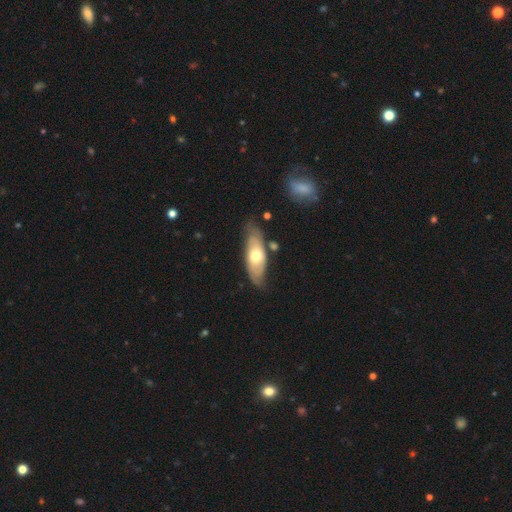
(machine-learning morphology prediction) Smooth or featured: featured or disk — 53% (smooth — 42%)
Edge-on disk: no — 76% (yes — 24%)
Merging: none — 66% (minor disturbance — 23%)